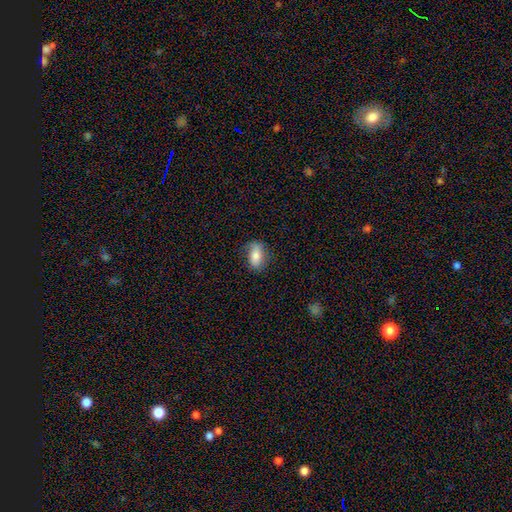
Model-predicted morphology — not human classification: type=smooth (76%); roundness=in between (87%); merging=none (72%).